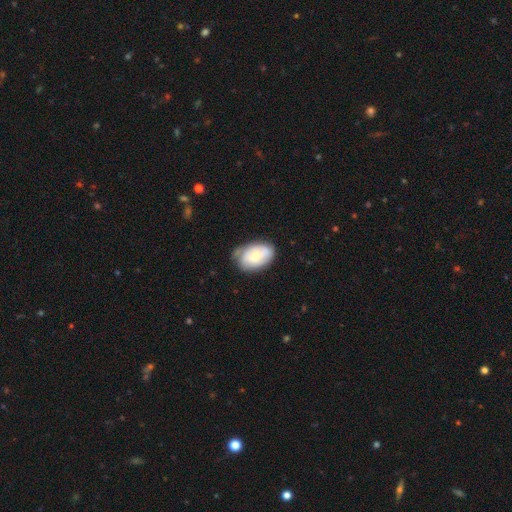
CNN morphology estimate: smooth 56%, featured or disk 37%, star or artifact 7%. Down the decision tree: how rounded — in between (88%); merging — none (58%).